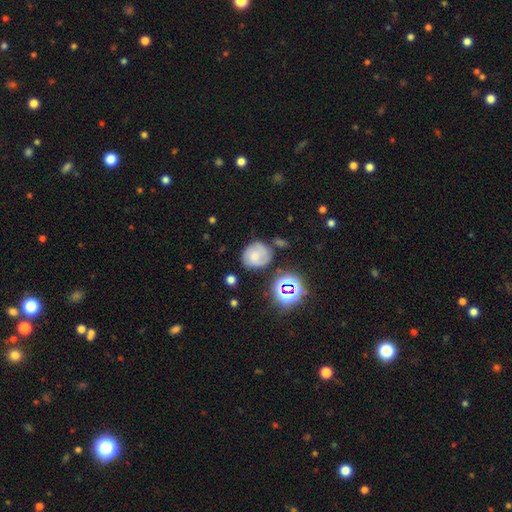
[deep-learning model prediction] Smooth or featured: smooth — 56% (featured or disk — 29%)
How rounded: round — 75% (in between — 24%)
Merging: none — 62% (minor disturbance — 23%)